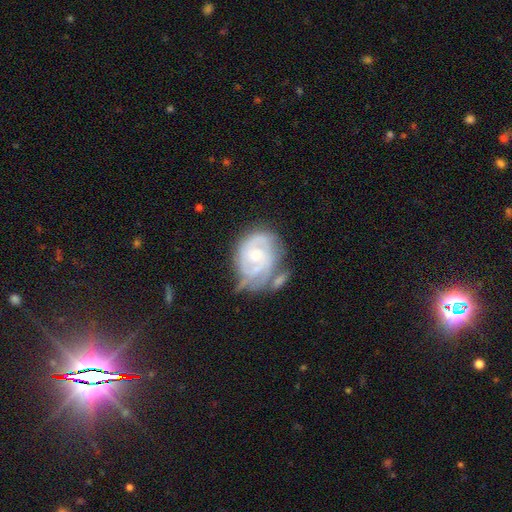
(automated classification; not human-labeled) This is clearly a featured or disk galaxy (81%). It is clearly not viewed edge-on (97%). Bar: likely no (61%). Spiral arm pattern: clearly yes (91%). Spiral arm count: marginally 2 (42%). Spiral winding: likely tight (62%). Central bulge: possibly moderate (49%). Merging: marginally none (39%).